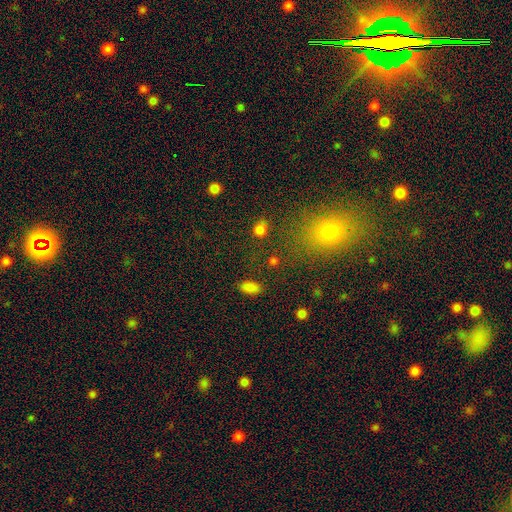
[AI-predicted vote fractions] smooth 49%, star or artifact 41%, featured or disk 10%. Down the decision tree: merging — none (85%).